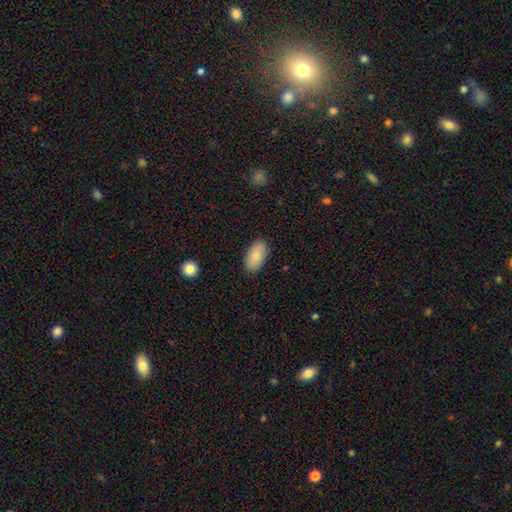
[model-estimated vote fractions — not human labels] Smooth or featured? smooth (85%)
How rounded? in between (95%)
Merging? none (87%)